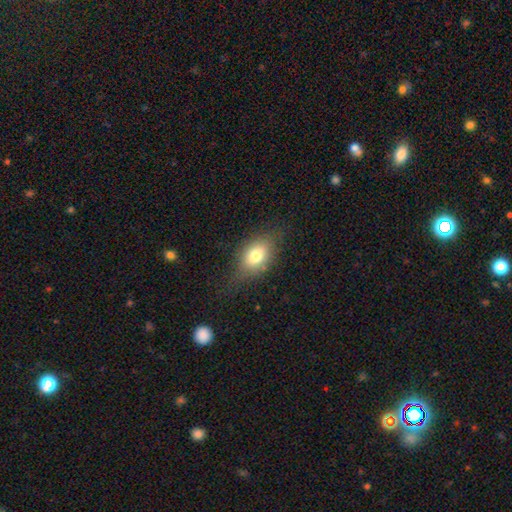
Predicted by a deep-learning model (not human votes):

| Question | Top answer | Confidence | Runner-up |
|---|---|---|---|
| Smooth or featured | smooth | 73% | featured or disk (17%) |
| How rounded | in between | 82% | round (14%) |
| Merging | none | 70% | minor disturbance (21%) |